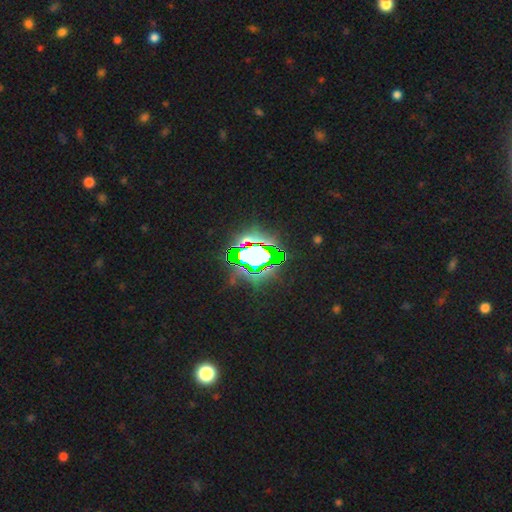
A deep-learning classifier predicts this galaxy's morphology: This appears to be a star or artifact, not a galaxy (74%).